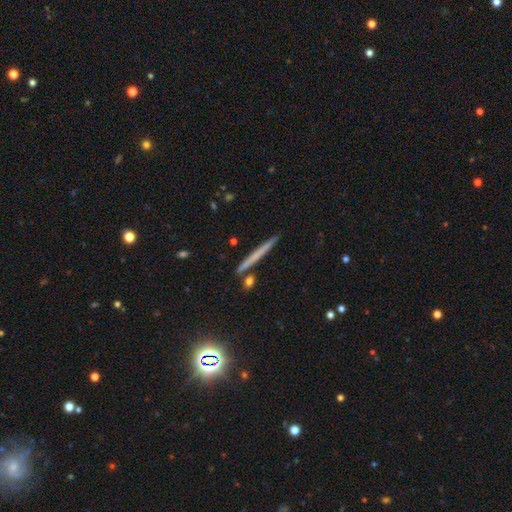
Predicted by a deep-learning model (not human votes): Smooth or featured? Predicted: smooth (p=0.46). Merging? Predicted: none (p=0.87).